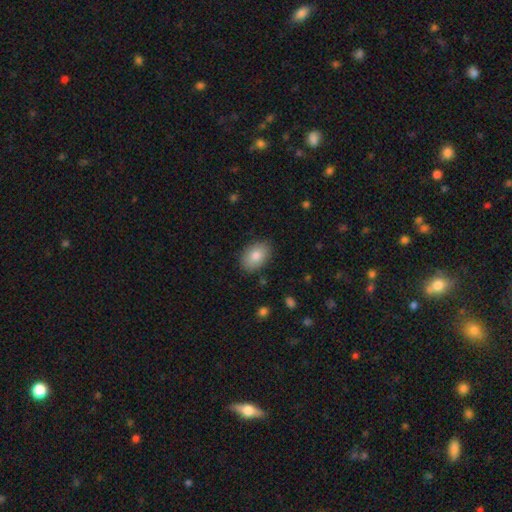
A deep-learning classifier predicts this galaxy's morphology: Overall: smooth (83%). How rounded: in between (88%). Merging: none (87%).